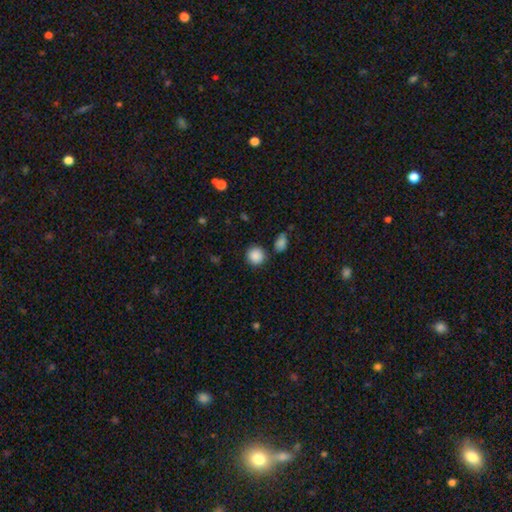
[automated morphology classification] This is clearly a smooth galaxy (88%). How rounded: clearly round (90%). Merging: clearly none (82%).